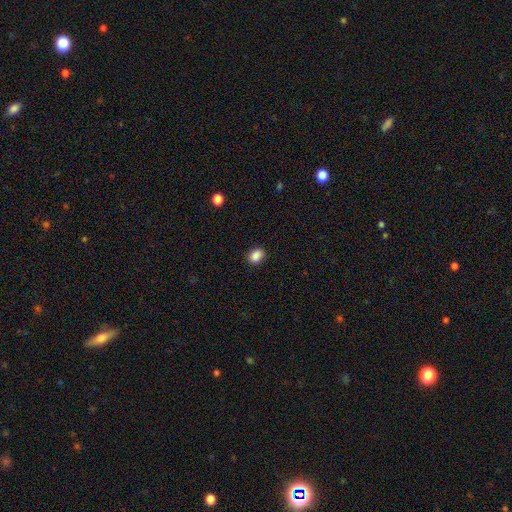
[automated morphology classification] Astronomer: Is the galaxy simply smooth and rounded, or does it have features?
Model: smooth — 87%.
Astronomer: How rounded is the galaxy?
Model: in between — 58% (runner-up: round, 41%).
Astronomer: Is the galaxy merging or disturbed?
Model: none — 89%.